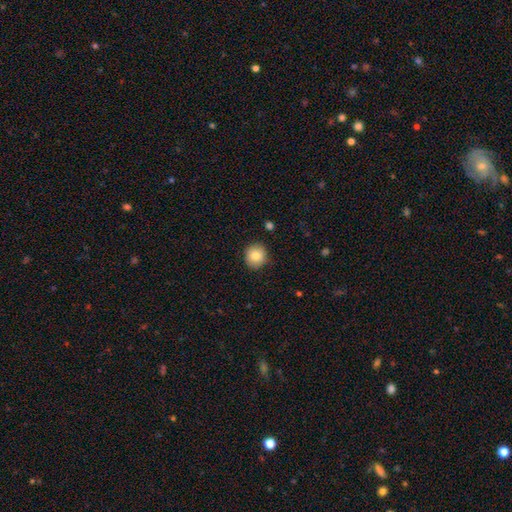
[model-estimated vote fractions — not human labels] Overall: smooth (82%). How rounded: round (87%). Merging: none (86%).